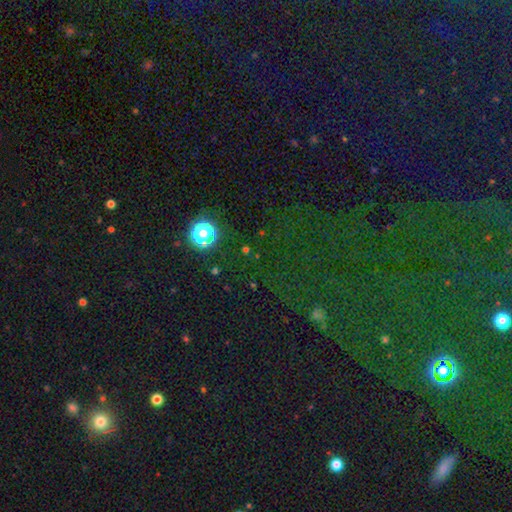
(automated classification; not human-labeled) Smooth or featured? star or artifact (78%)